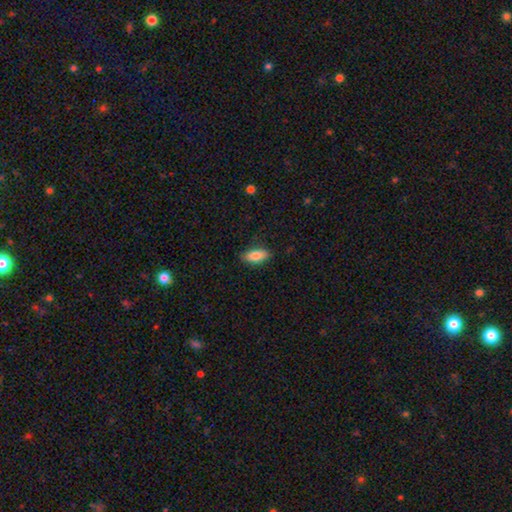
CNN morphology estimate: type=smooth (82%); roundness=in between (81%); merging=none (85%).